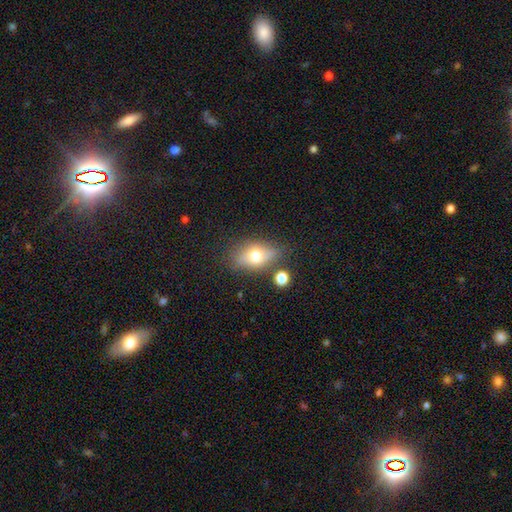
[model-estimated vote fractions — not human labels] smooth 61%, featured or disk 29%, star or artifact 10%. Down the decision tree: how rounded — in between (79%); merging — none (72%).